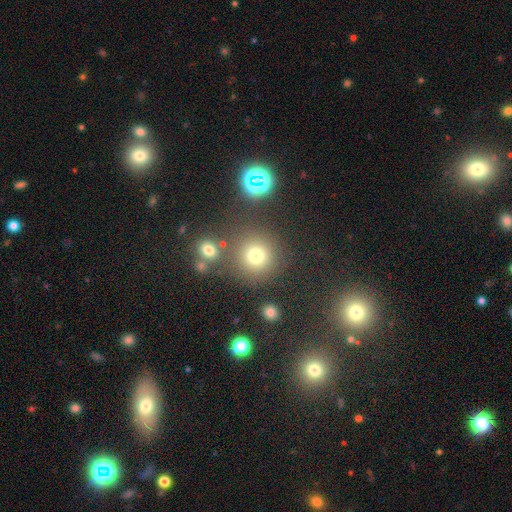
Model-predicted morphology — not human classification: type=smooth (74%); roundness=round (92%); merging=none (77%).